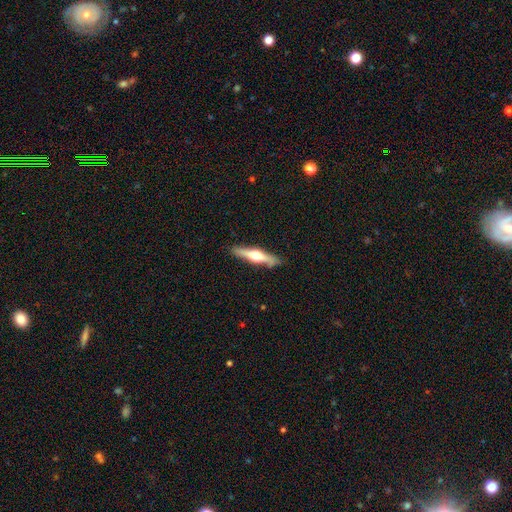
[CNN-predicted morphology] smooth-or-featured: featured or disk: 62% | smooth: 33% | star or artifact: 5%
  disk-edge-on: yes: 95% | no: 5%
    edge-on-bulge: rounded: 93% | boxy: 4% | none: 3%
  merging: none: 85% | minor disturbance: 11% | major disturbance: 2% | merger: 2%